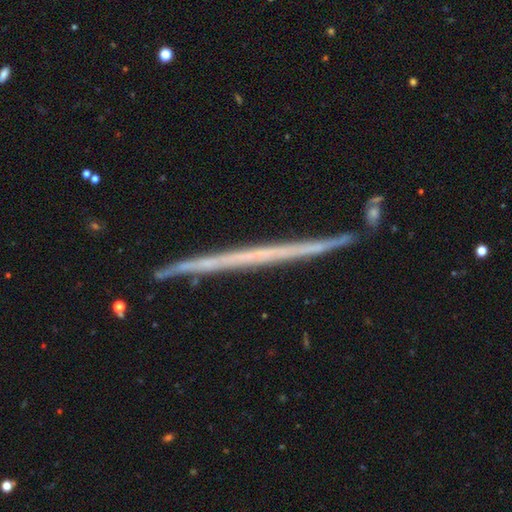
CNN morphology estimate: Smooth or featured? Predicted: featured or disk (p=0.66). Edge-on disk? Predicted: yes (p=0.97). Edge-on bulge? Predicted: none (p=0.93). Merging? Predicted: none (p=0.88).